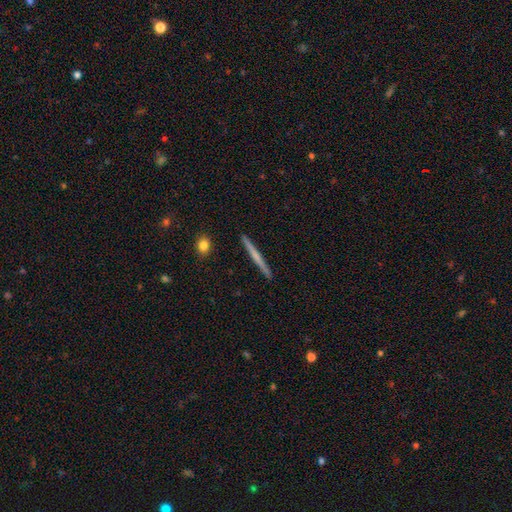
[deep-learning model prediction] Smooth or featured?
  - smooth: 48% *
  - featured or disk: 46%
  - star or artifact: 6%
Merging?
  - none: 92% *
  - minor disturbance: 6%
  - major disturbance: 1%
  - merger: 1%